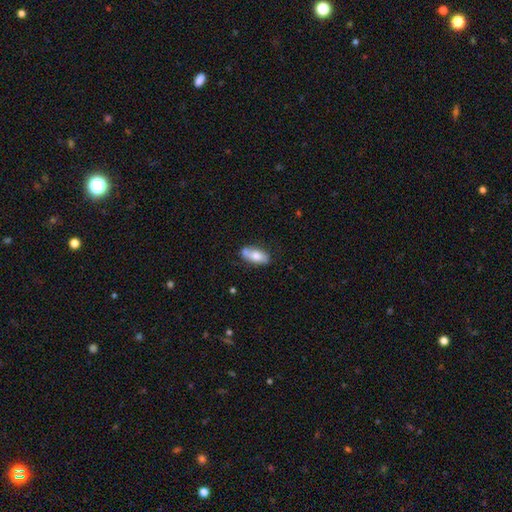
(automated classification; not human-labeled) This appears to be a smooth galaxy with no disk features (69%) that is in between round and cigar-shaped (86%). Merging: none (63%).